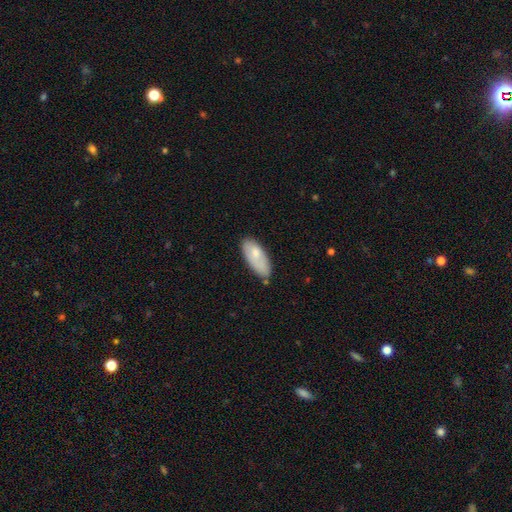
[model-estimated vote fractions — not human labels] smooth 74%, featured or disk 20%, star or artifact 6%. Down the decision tree: how rounded — in between (86%); merging — none (63%).